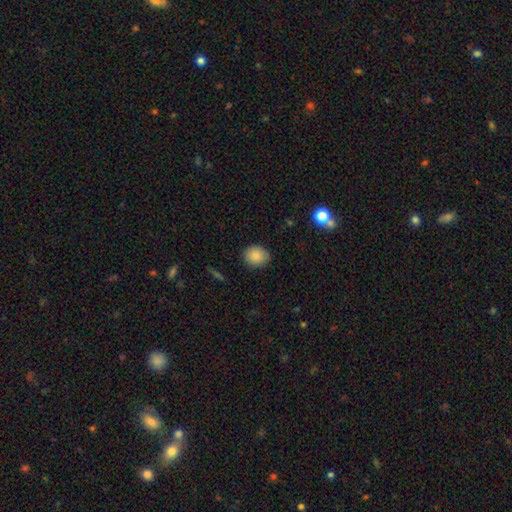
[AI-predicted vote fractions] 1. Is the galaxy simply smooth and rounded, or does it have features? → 85% smooth, 9% star or artifact, 6% featured or disk.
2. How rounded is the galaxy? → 62% round, 37% in between, 1% cigar-shaped.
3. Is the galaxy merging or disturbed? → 85% none, 11% minor disturbance, 2% major disturbance, 1% merger.